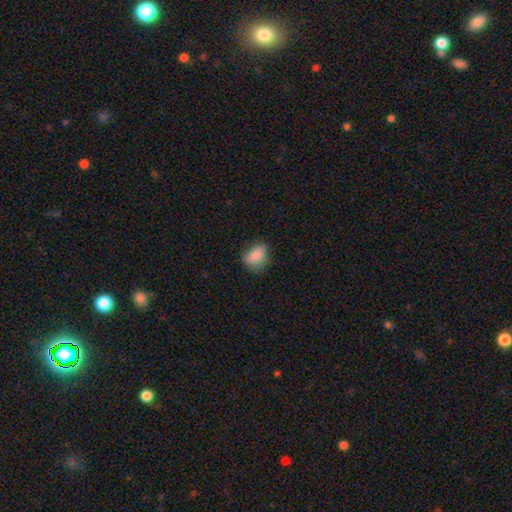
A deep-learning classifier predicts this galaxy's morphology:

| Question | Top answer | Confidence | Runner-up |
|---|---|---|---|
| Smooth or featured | smooth | 81% | featured or disk (10%) |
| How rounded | in between | 68% | round (30%) |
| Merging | none | 66% | minor disturbance (26%) |